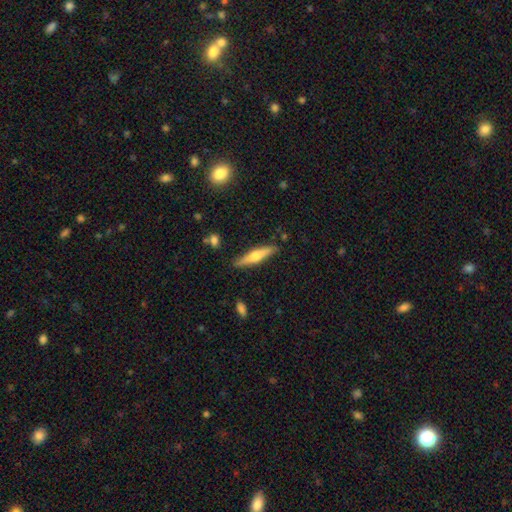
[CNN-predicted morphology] This appears to be a smooth galaxy with no disk features (51%) that is cigar-shaped (84%). Merging: none (86%).